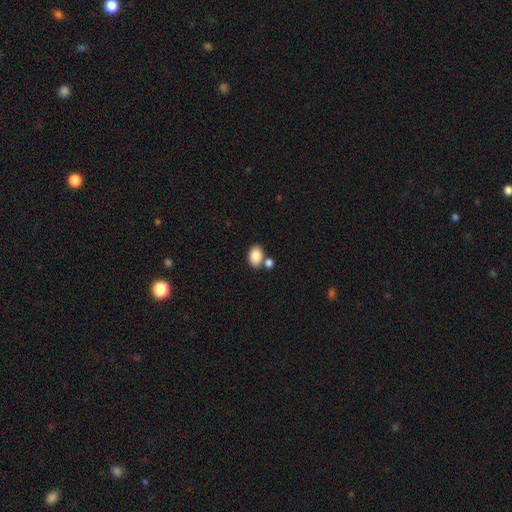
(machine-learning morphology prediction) smooth-or-featured: smooth: 86% | star or artifact: 8% | featured or disk: 7%
  how-rounded: in between: 83% | round: 16% | cigar-shaped: 1%
  merging: none: 65% | merger: 21% | minor disturbance: 11% | major disturbance: 3%